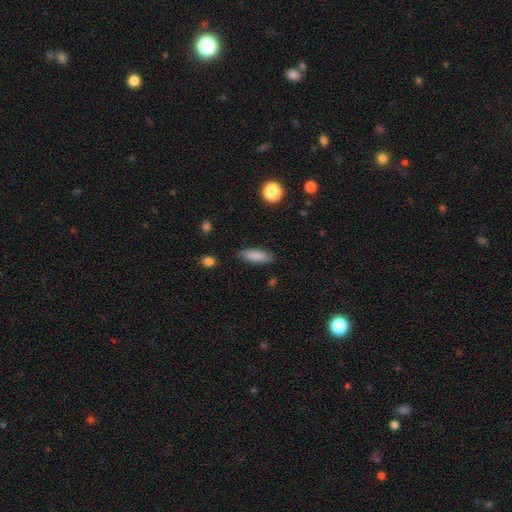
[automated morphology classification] This appears to be a smooth galaxy with no disk features (86%) that is in between round and cigar-shaped (53%). Merging: none (87%).